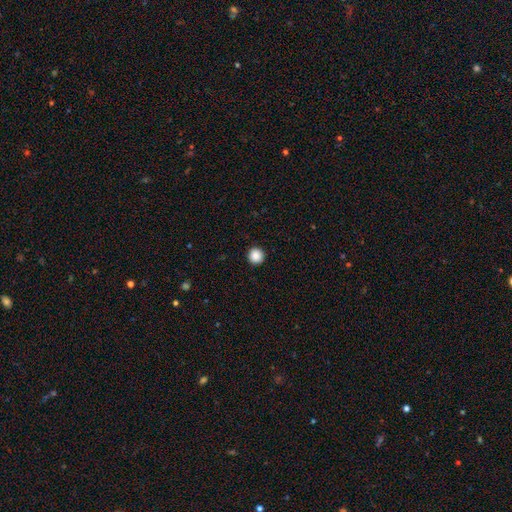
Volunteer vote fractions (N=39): A smooth galaxy with no disk features (90%) that is round (97%).

Vote fractions:
- Smooth or featured? smooth: 90% / star or artifact: 8% / featured or disk: 3%
- How rounded? round: 97% / in between: 3% / cigar-shaped: 0%
- Merging? none: 94% / minor disturbance: 6% / major disturbance: 0% / merger: 0%